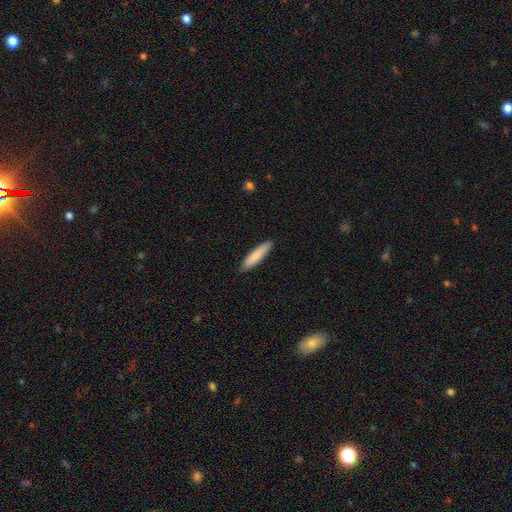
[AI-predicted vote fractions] This appears to be a smooth galaxy with no disk features (84%) that is cigar-shaped (82%). Merging: none (88%).